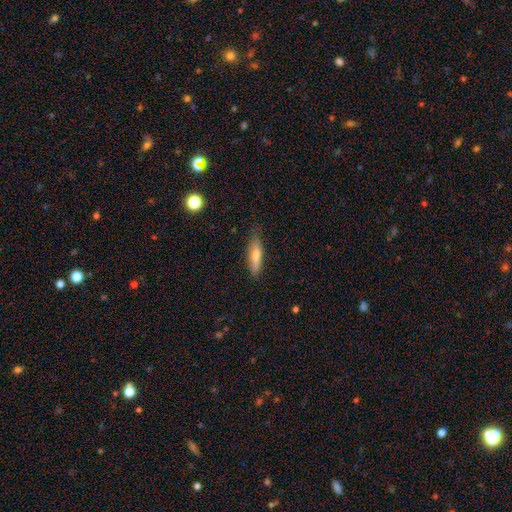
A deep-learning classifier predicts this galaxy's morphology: This appears to be a smooth galaxy with no disk features (68%) that is cigar-shaped (72%). Merging: none (75%).